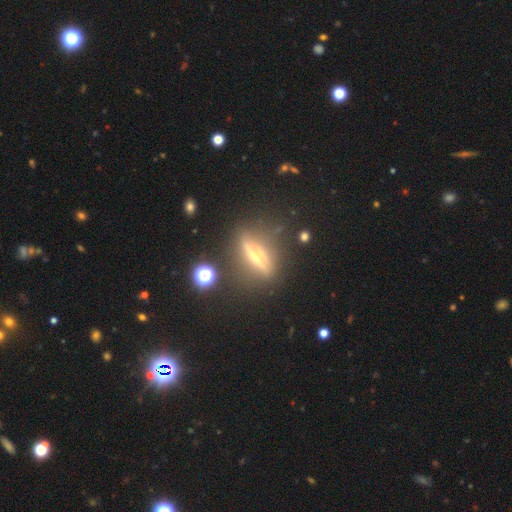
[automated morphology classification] Q: Smooth or featured?
A: featured or disk (73%); runner-up: smooth (17%)
Q: Edge-on disk?
A: yes (88%); runner-up: no (12%)
Q: Edge-on bulge?
A: rounded (87%); runner-up: none (9%)
Q: Merging?
A: none (78%); runner-up: minor disturbance (13%)